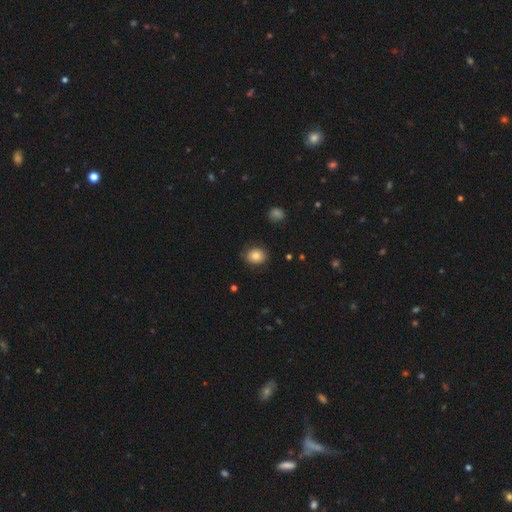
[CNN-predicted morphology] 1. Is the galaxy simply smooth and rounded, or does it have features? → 80% smooth, 11% featured or disk, 9% star or artifact.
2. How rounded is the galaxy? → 62% round, 37% in between, 1% cigar-shaped.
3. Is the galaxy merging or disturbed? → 80% none, 14% minor disturbance, 4% major disturbance, 1% merger.